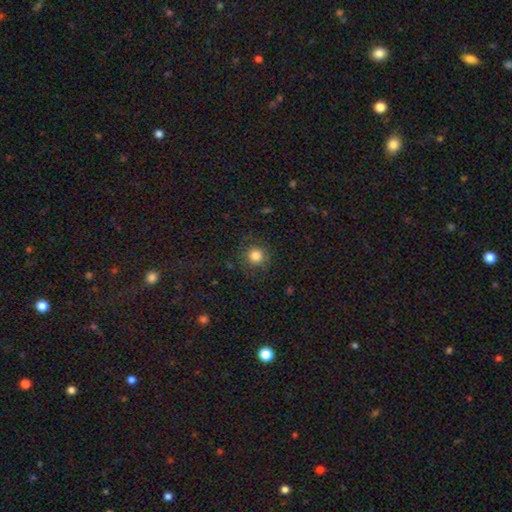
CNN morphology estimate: A smooth galaxy with no disk features (81%) that is round (93%). Merging: none (84%).